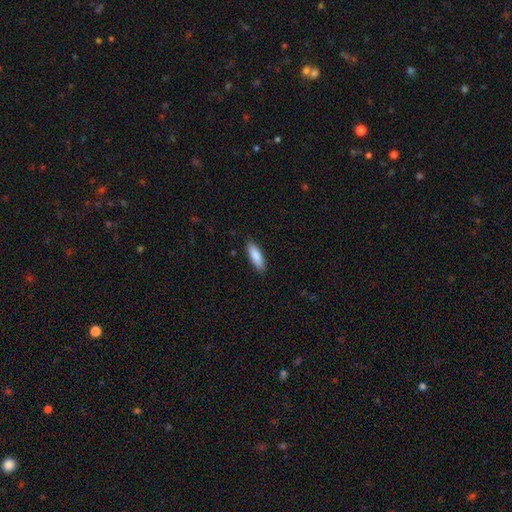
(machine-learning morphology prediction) Q: Smooth or featured?
A: smooth (86%); runner-up: featured or disk (8%)
Q: How rounded?
A: in between (51%); runner-up: cigar-shaped (47%)
Q: Merging?
A: none (88%); runner-up: minor disturbance (9%)